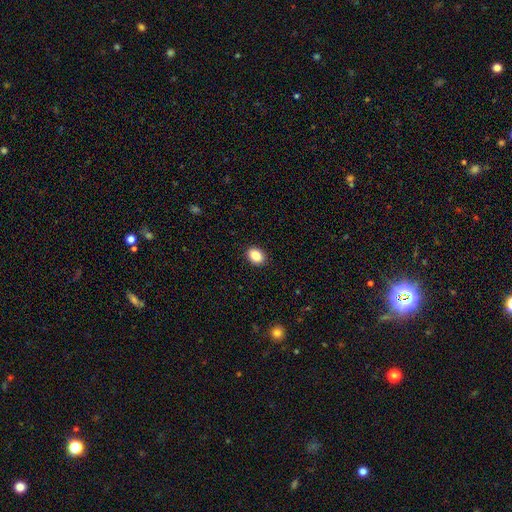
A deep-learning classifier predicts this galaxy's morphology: Smooth or featured: smooth — 88% (star or artifact — 8%)
How rounded: in between — 69% (round — 30%)
Merging: none — 90% (minor disturbance — 7%)